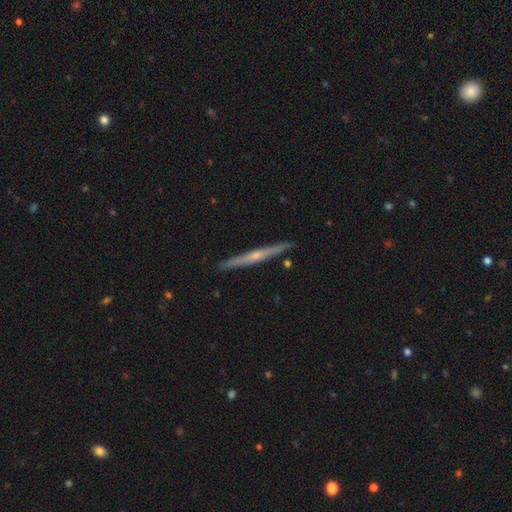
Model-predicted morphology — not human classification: featured or disk 72%, smooth 23%, star or artifact 5%. Down the decision tree: edge-on disk — yes (97%); edge-on bulge — rounded (65%); merging — none (90%).